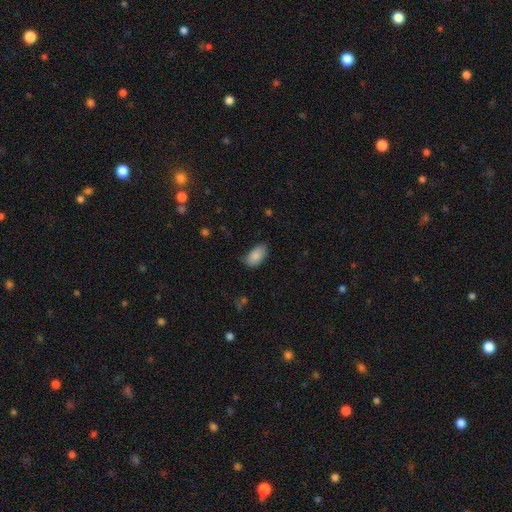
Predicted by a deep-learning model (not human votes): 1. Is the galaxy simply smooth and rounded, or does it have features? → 86% smooth, 7% star or artifact, 6% featured or disk.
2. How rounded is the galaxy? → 93% in between, 5% round, 2% cigar-shaped.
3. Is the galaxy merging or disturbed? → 69% none, 26% minor disturbance, 4% major disturbance, 1% merger.